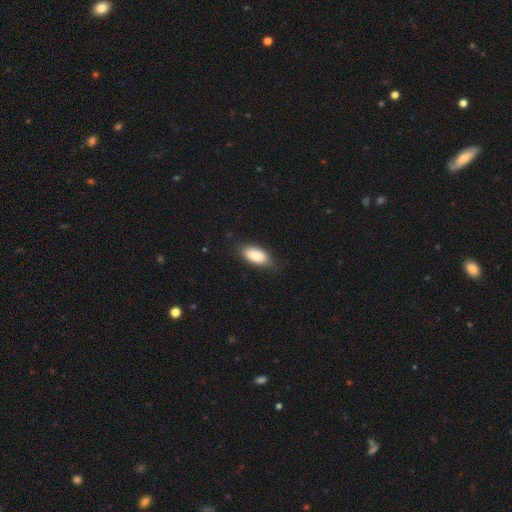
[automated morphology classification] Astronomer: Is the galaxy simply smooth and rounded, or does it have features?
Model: smooth — 86%.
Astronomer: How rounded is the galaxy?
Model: in between — 89%.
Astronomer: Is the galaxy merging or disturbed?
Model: none — 81%.